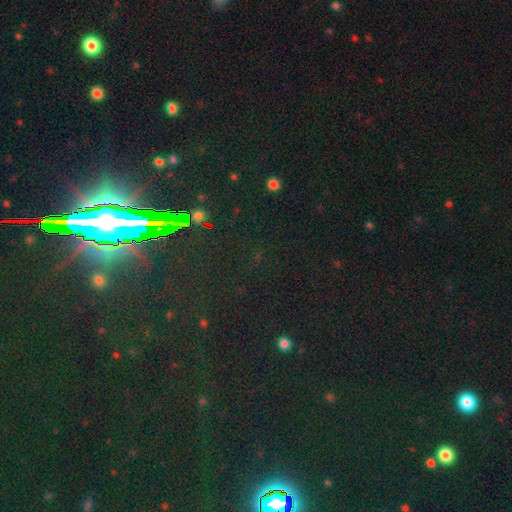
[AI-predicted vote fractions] smooth_or_featured: star or artifact (p=0.81) [alt: smooth p=0.11]